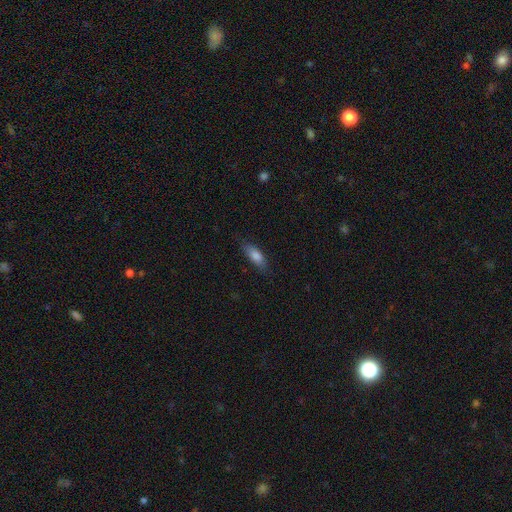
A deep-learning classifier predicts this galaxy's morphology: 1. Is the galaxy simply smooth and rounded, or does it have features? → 80% smooth, 13% featured or disk, 7% star or artifact.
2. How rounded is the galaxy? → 66% in between, 31% cigar-shaped, 2% round.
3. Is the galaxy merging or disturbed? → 78% none, 17% minor disturbance, 3% major disturbance, 1% merger.